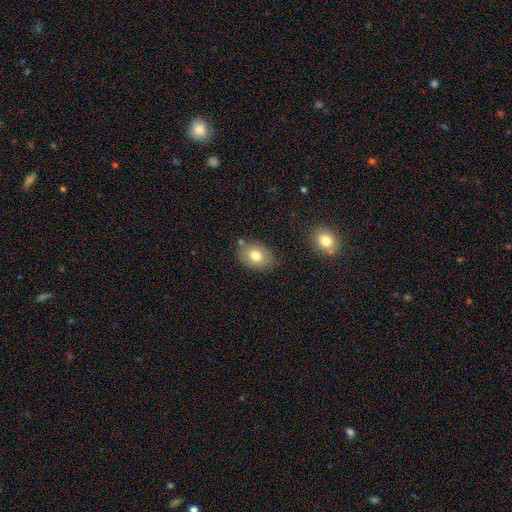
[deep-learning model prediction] A smooth galaxy with no disk features (77%) that is in between round and cigar-shaped (73%).

Vote fractions:
- Smooth or featured? smooth: 77% / featured or disk: 13% / star or artifact: 9%
- How rounded? in between: 73% / round: 26% / cigar-shaped: 1%
- Merging? none: 75% / minor disturbance: 16% / merger: 5% / major disturbance: 3%